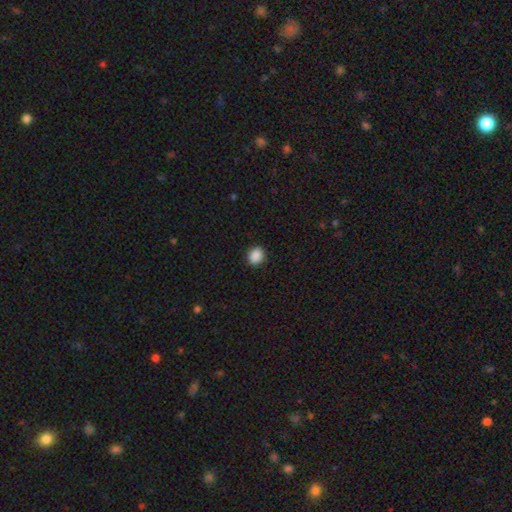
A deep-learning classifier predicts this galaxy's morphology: A smooth galaxy with no disk features (89%) that is round (64%).

Vote fractions:
- Smooth or featured? smooth: 89% / star or artifact: 9% / featured or disk: 2%
- How rounded? round: 64% / in between: 35% / cigar-shaped: 1%
- Merging? none: 90% / minor disturbance: 7% / major disturbance: 2% / merger: 1%